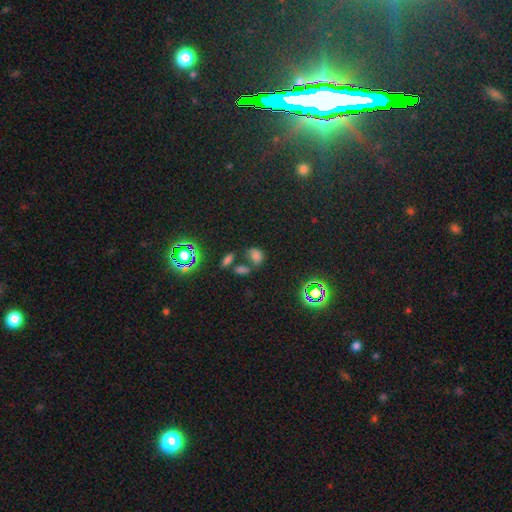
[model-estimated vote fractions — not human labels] smooth 63%, star or artifact 29%, featured or disk 8%. Down the decision tree: how rounded — in between (72%); merging — none (49%).